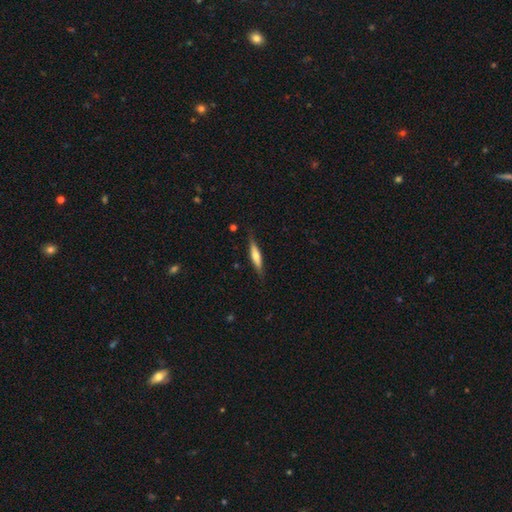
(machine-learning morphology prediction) smooth-or-featured: smooth: 51% | featured or disk: 43% | star or artifact: 6%
  how-rounded: cigar-shaped: 83% | in between: 16% | round: 2%
  merging: none: 82% | minor disturbance: 14% | major disturbance: 3% | merger: 1%